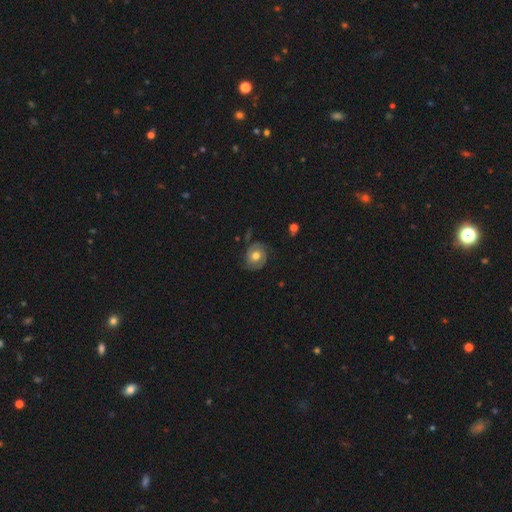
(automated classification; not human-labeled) Morphology: type=featured or disk (59%); edge-on=no (97%); bar=no (79%); spiral arms=yes (83%); bulge=moderate (76%); merging=none (75%).